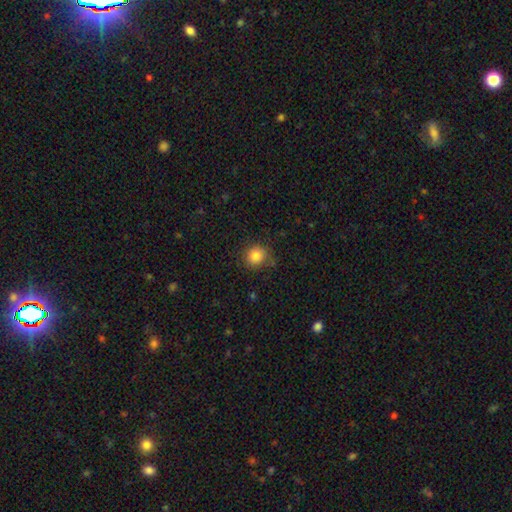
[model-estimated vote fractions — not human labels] This appears to be a smooth galaxy with no disk features (84%) that is round (85%). Merging: none (81%).